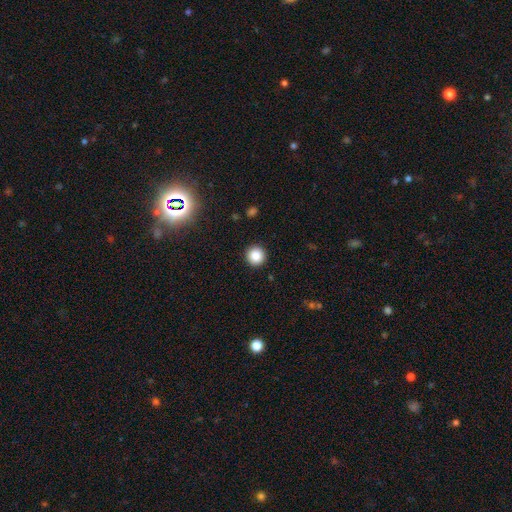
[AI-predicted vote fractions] This is clearly a smooth galaxy (84%). How rounded: clearly round (95%). Merging: clearly none (93%).